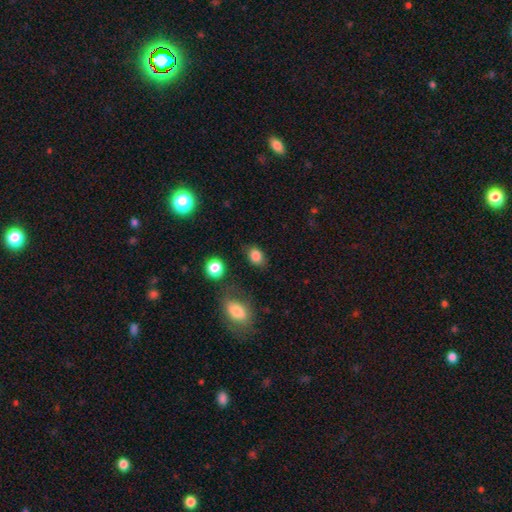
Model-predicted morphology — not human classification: Q: Smooth or featured?
A: smooth (85%); runner-up: star or artifact (10%)
Q: How rounded?
A: in between (72%); runner-up: round (27%)
Q: Merging?
A: none (78%); runner-up: minor disturbance (14%)